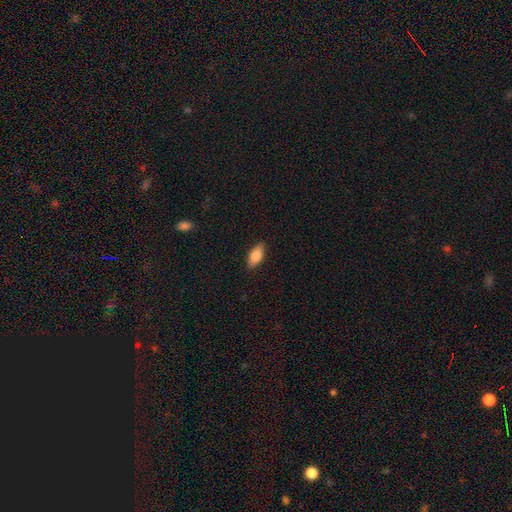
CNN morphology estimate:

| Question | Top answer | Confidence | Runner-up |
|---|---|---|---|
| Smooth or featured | smooth | 82% | featured or disk (12%) |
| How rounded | in between | 88% | cigar-shaped (9%) |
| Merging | none | 86% | minor disturbance (10%) |